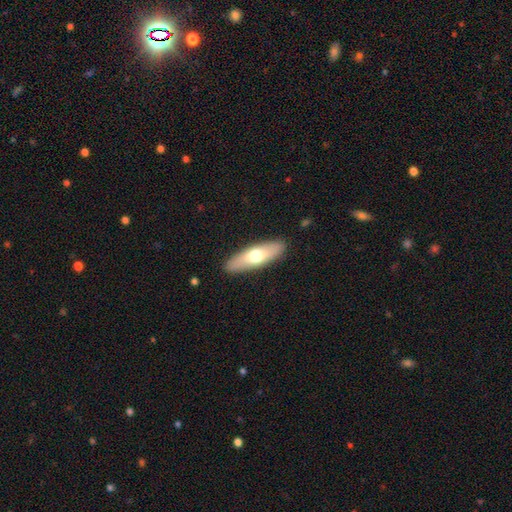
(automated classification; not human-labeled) Smooth or featured? Predicted: smooth (p=0.61). How rounded? Predicted: cigar-shaped (p=0.49, tied with in between). Merging? Predicted: none (p=0.89).